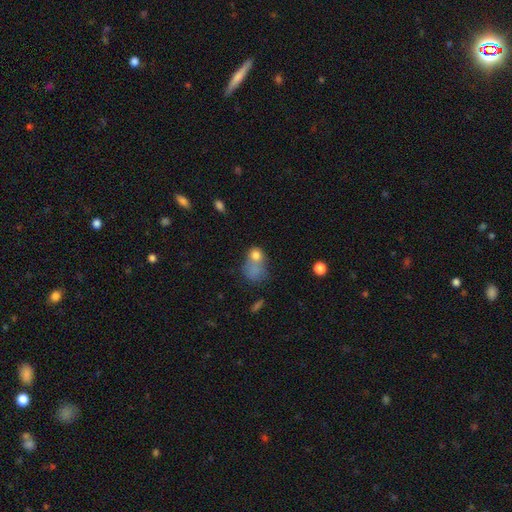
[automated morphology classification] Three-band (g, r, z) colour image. It shows a smooth galaxy with no disk features (73%) that is in between round and cigar-shaped (52%). Merging: merger (41%).